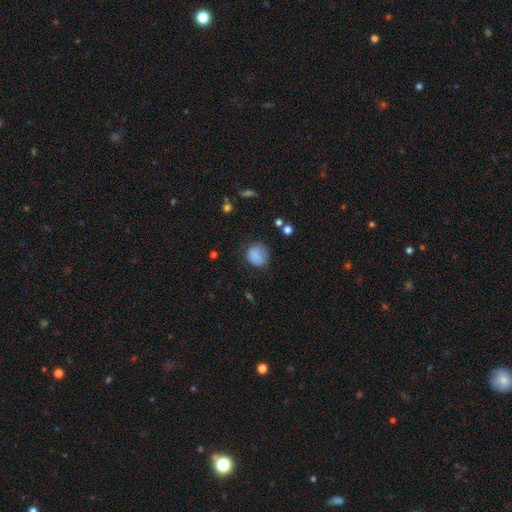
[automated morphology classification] Smooth or featured? smooth (84%)
How rounded? round (78%)
Merging? none (69%)